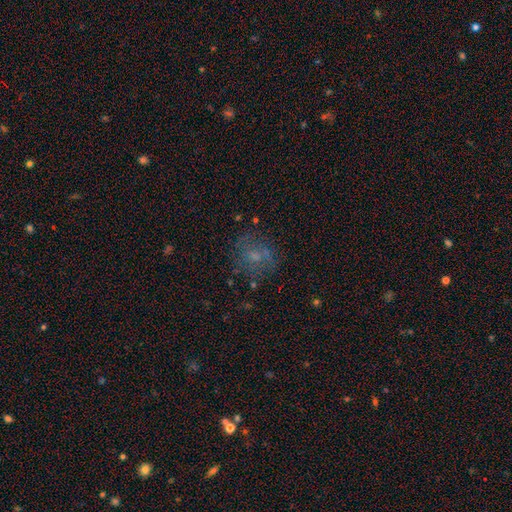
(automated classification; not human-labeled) smooth 48%, featured or disk 31%, star or artifact 21%. Down the decision tree: merging — none (66%).